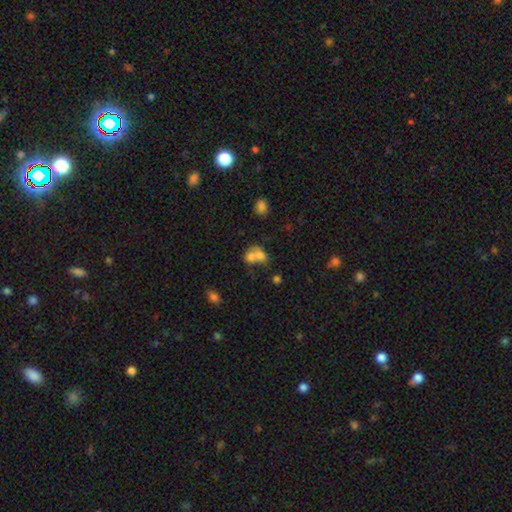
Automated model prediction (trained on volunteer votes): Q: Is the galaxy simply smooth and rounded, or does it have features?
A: smooth — 70%.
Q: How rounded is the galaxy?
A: in between — 56%.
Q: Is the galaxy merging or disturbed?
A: merger — 69%.